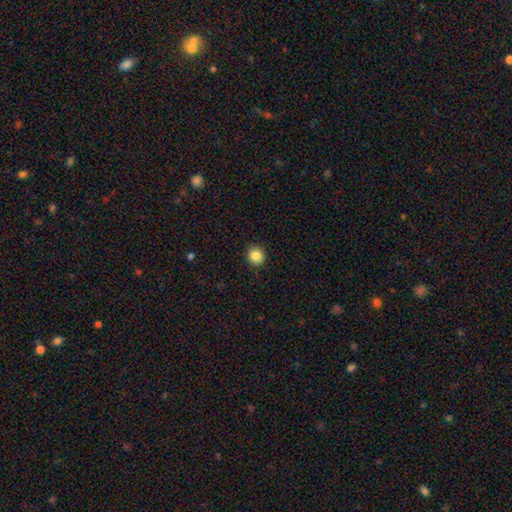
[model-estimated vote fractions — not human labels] The model was most divided on "smooth or featured": smooth: 86%, star or artifact: 10%, featured or disk: 4%. More confident: merging — none (91%); how rounded — round (87%).